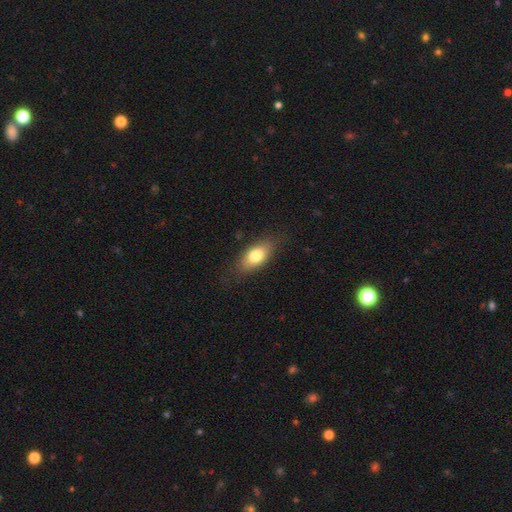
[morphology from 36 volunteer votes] smooth-or-featured: smooth: 83% | featured or disk: 14% | star or artifact: 3%
  how-rounded: in between: 97% | cigar-shaped: 3% | round: 0%
  merging: none: 86% | minor disturbance: 6% | major disturbance: 6% | merger: 3%